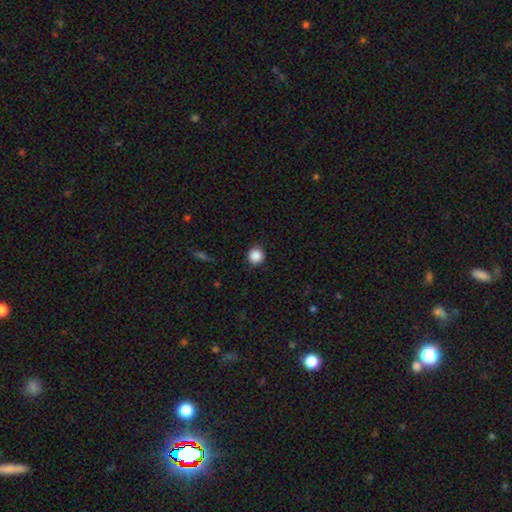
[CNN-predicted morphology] A smooth galaxy with no disk features (88%) that is round (94%). Merging: none (90%).